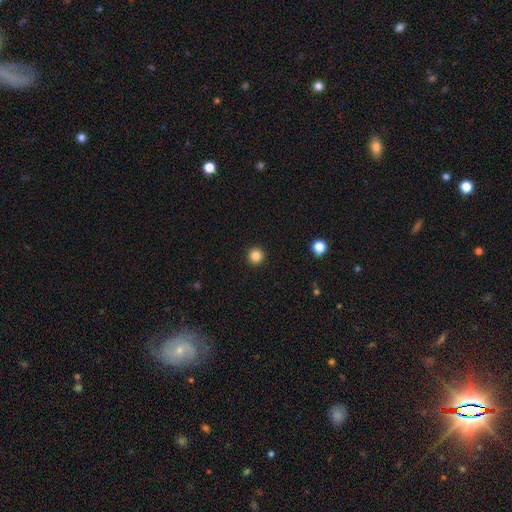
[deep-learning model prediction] A smooth galaxy with no disk features (85%) that is round (96%).

Vote fractions:
- Smooth or featured? smooth: 85% / star or artifact: 12% / featured or disk: 4%
- How rounded? round: 96% / in between: 3% / cigar-shaped: 1%
- Merging? none: 94% / minor disturbance: 4% / major disturbance: 2% / merger: 1%